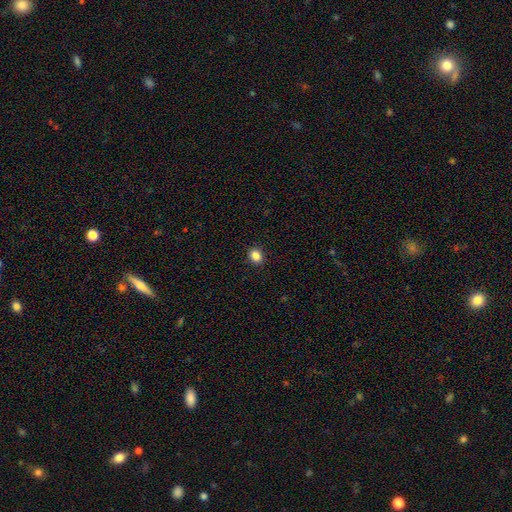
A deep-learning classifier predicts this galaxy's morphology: A smooth galaxy with no disk features (85%) that is round (70%). Merging: none (91%).